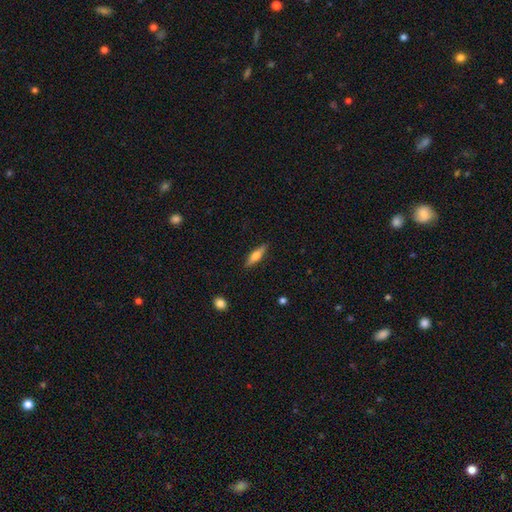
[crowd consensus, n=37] This is possibly a smooth galaxy (57%). How rounded: possibly in between (57%). Merging: clearly none (97%).